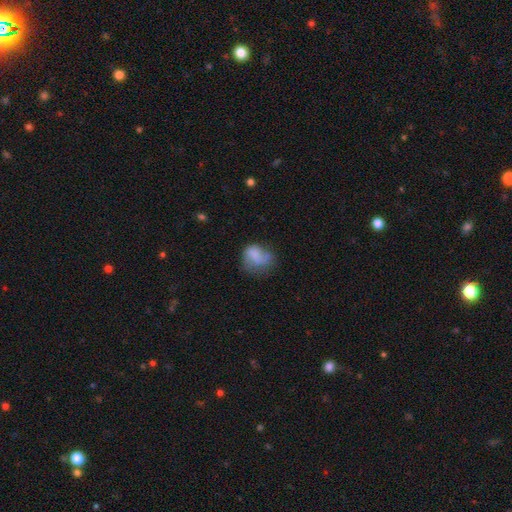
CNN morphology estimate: Smooth or featured? smooth (66%)
How rounded? in between (51%)
Merging? none (36%)